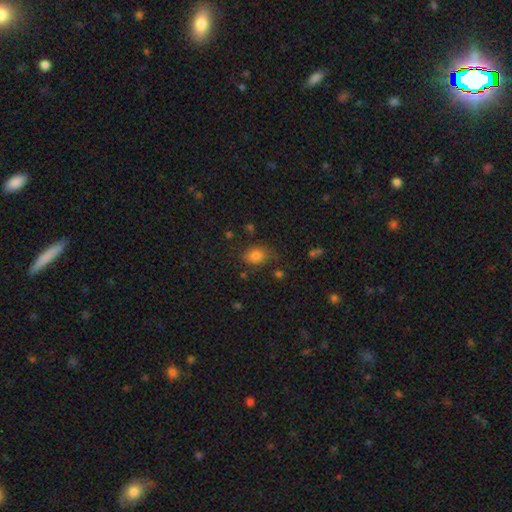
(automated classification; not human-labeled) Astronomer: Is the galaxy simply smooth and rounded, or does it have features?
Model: smooth — 81%.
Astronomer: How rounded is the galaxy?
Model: in between — 71%.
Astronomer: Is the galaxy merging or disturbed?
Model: none — 69%.